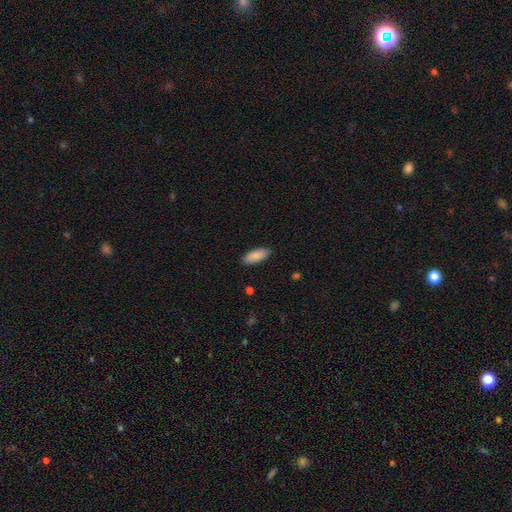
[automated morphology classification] The model was most divided on "how rounded": in between: 81%, cigar-shaped: 17%, round: 2%. More confident: smooth or featured — smooth (89%); merging — none (88%).